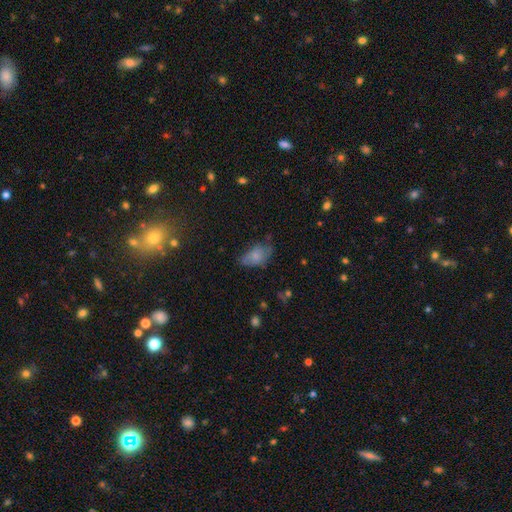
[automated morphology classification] smooth 73%, featured or disk 17%, star or artifact 10%. Down the decision tree: how rounded — in between (91%); merging — none (46%).